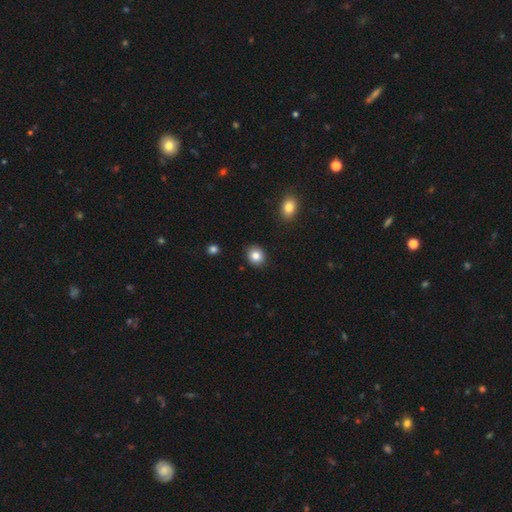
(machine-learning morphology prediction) This appears to be a smooth galaxy with no disk features (85%) that is round (71%). Merging: none (89%).